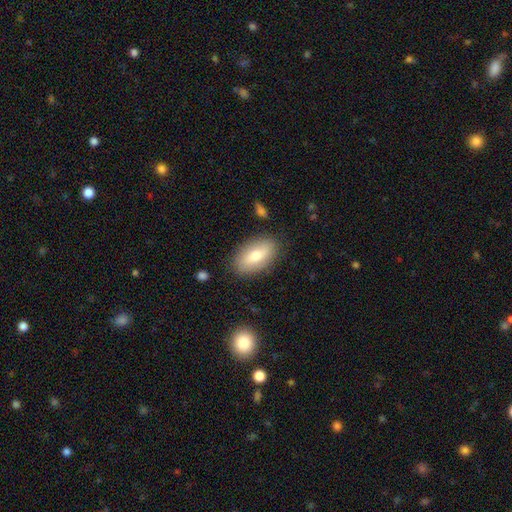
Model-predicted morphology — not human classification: type=smooth (69%); roundness=in between (92%); merging=none (85%).